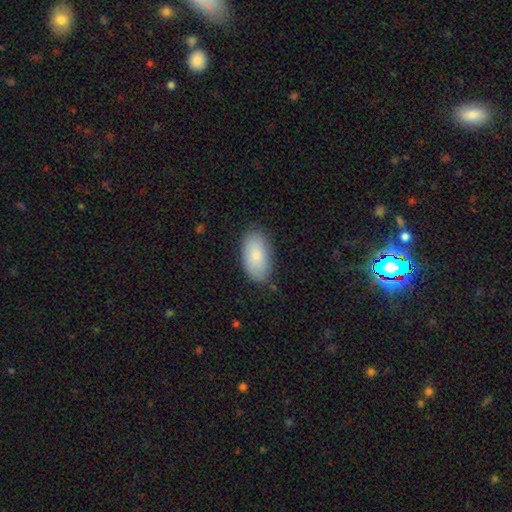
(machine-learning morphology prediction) A smooth galaxy with no disk features (82%) that is in between round and cigar-shaped (94%).

Vote fractions:
- Smooth or featured? smooth: 82% / featured or disk: 11% / star or artifact: 6%
- How rounded? in between: 94% / round: 3% / cigar-shaped: 2%
- Merging? none: 81% / minor disturbance: 15% / major disturbance: 3% / merger: 1%